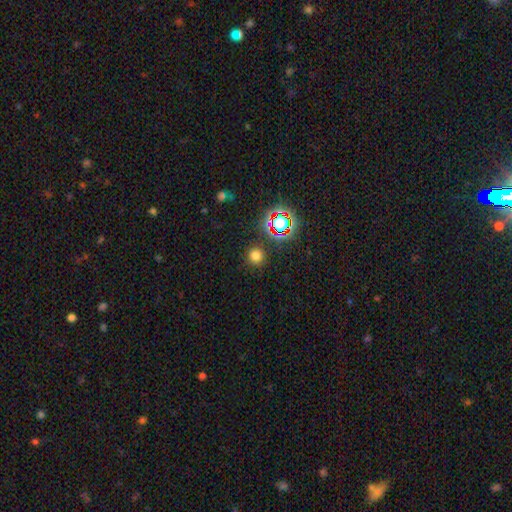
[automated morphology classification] This is likely a smooth galaxy (71%). How rounded: clearly round (93%). Merging: clearly none (89%).